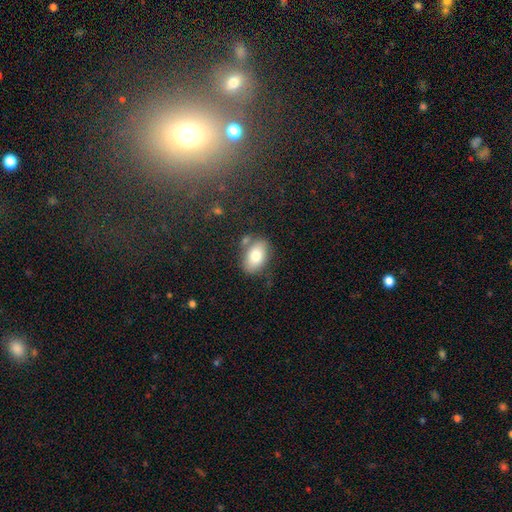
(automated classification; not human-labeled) Smooth or featured: smooth — 79% (featured or disk — 14%)
How rounded: in between — 88% (round — 11%)
Merging: none — 70% (minor disturbance — 16%)